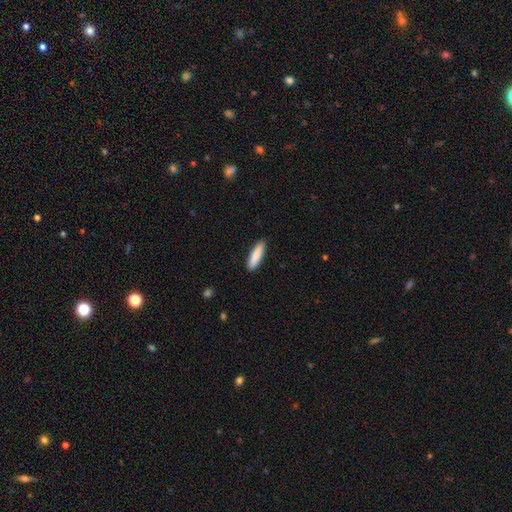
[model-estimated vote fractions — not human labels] smooth_or_featured: smooth (p=0.86) [alt: featured or disk p=0.09]
how_rounded: cigar-shaped (p=0.69) [alt: in between p=0.30]
merging: none (p=0.89) [alt: minor disturbance p=0.08]